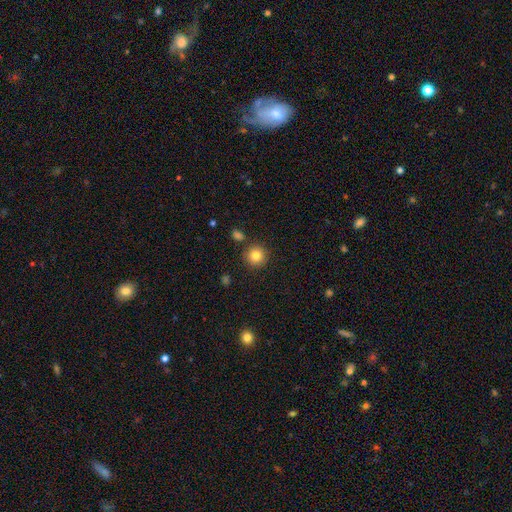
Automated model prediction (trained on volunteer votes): Smooth or featured? smooth (83%)
How rounded? round (94%)
Merging? none (86%)